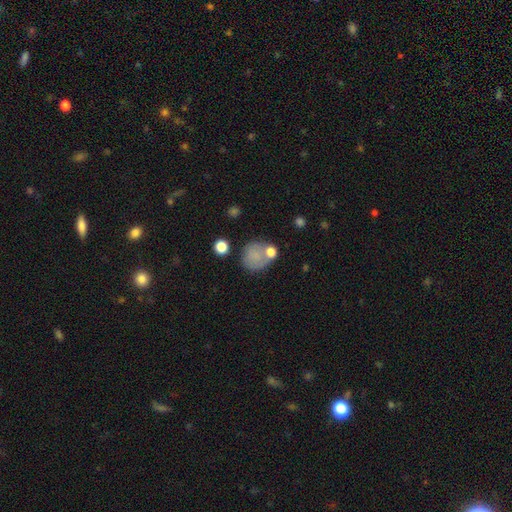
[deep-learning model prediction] Q: Smooth or featured?
A: smooth (75%); runner-up: featured or disk (15%)
Q: How rounded?
A: round (83%); runner-up: in between (16%)
Q: Merging?
A: none (57%); runner-up: minor disturbance (18%)